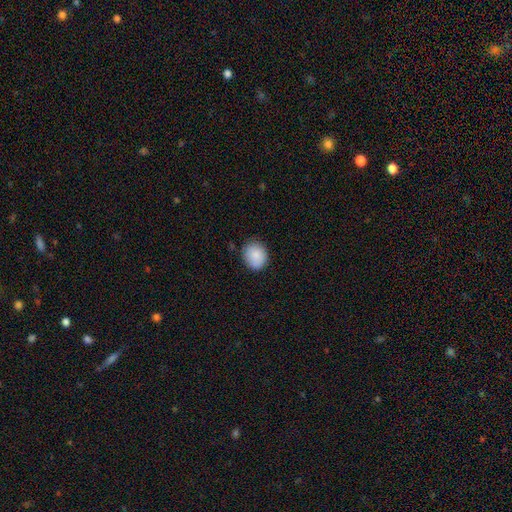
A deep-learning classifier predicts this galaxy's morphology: Overall: smooth (86%). How rounded: round (63%; in between 36%). Merging: none (80%).